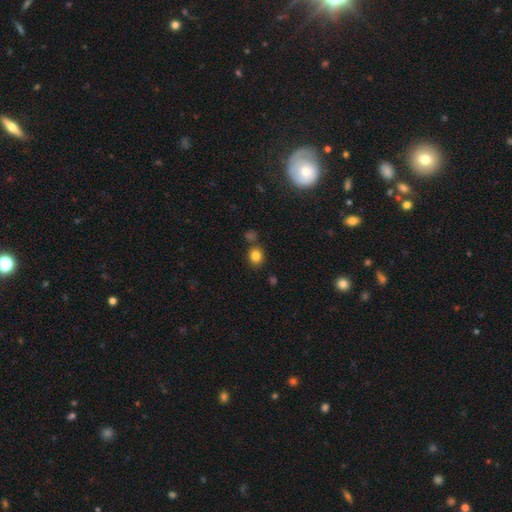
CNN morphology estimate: Smooth or featured? smooth (82%)
How rounded? round (74%)
Merging? none (77%)